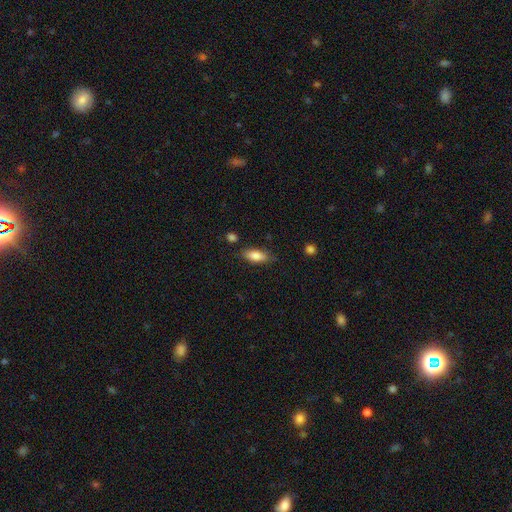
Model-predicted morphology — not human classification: Overall: smooth (81%). How rounded: in between (74%). Merging: none (77%).